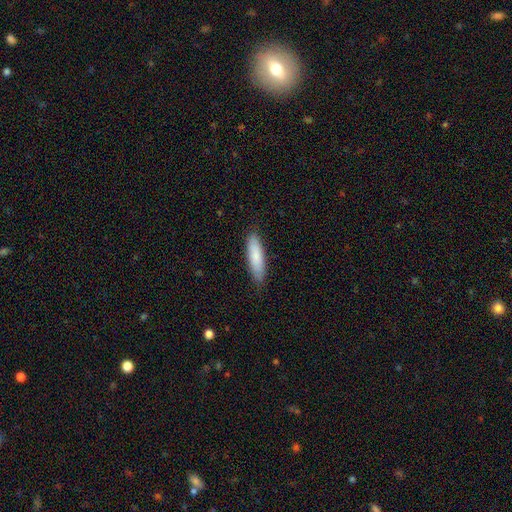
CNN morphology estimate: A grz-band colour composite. It shows a smooth galaxy with no disk features (84%) that is cigar-shaped (67%). Merging: none (86%).